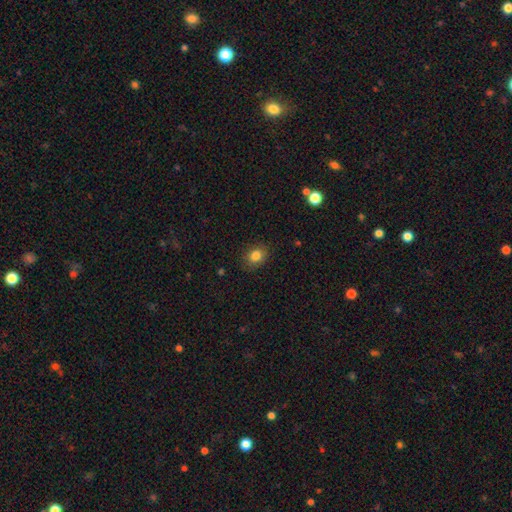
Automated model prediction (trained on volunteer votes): A smooth galaxy with no disk features (82%) that is in between round and cigar-shaped (55%).

Vote fractions:
- Smooth or featured? smooth: 82% / star or artifact: 10% / featured or disk: 7%
- How rounded? in between: 55% / round: 44% / cigar-shaped: 1%
- Merging? none: 84% / minor disturbance: 12% / major disturbance: 3% / merger: 1%